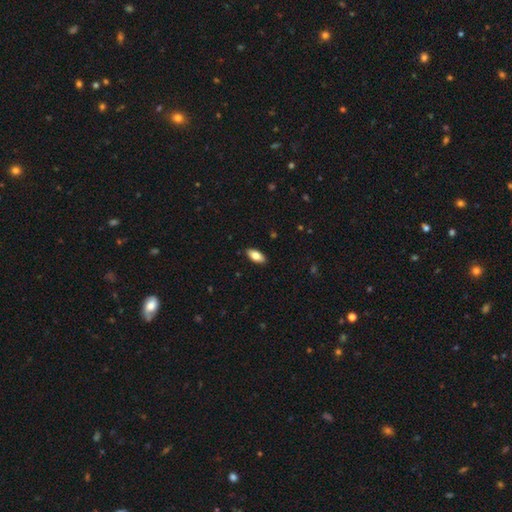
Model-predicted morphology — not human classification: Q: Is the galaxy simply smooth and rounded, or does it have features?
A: smooth — 80%.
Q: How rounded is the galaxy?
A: in between — 89%.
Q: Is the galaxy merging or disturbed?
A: none — 89%.